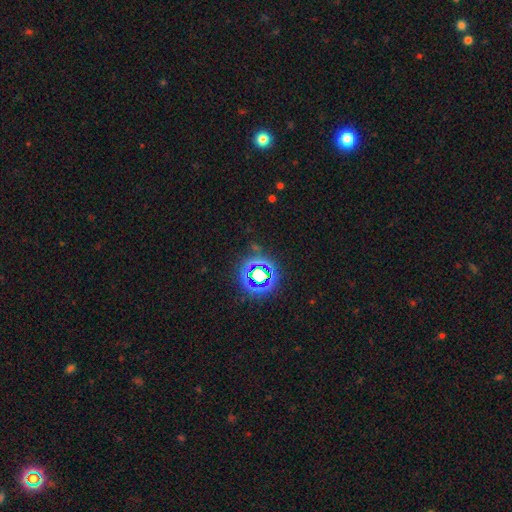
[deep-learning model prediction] Smooth or featured? Predicted: star or artifact (p=0.67).